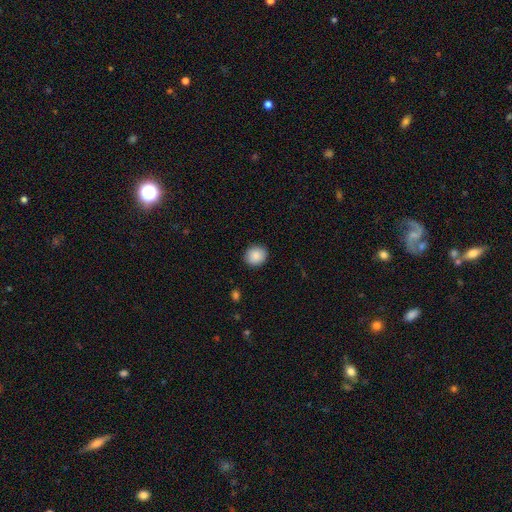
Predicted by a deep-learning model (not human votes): This is clearly a smooth galaxy (89%). How rounded: clearly round (80%). Merging: clearly none (90%).